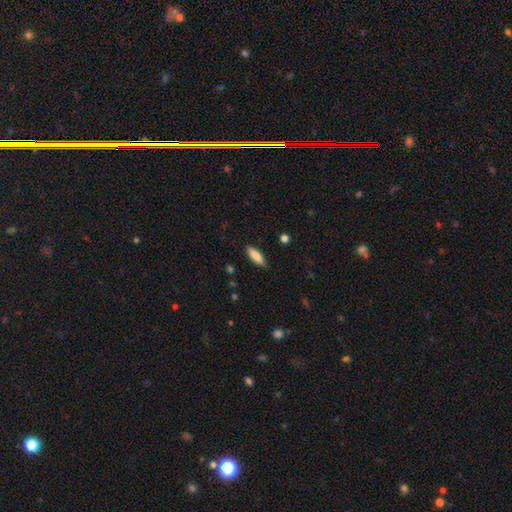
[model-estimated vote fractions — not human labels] The model was most divided on "how rounded": in between: 51%, cigar-shaped: 48%, round: 2%. More confident: merging — none (82%); smooth or featured — smooth (82%).